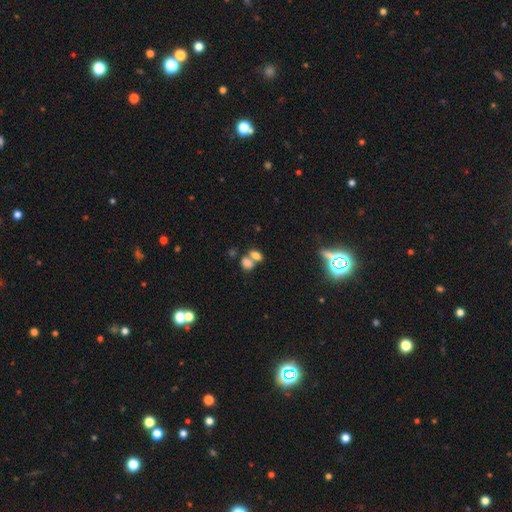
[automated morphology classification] smooth 75%, star or artifact 13%, featured or disk 12%. Down the decision tree: how rounded — in between (81%); merging — merger (57%).